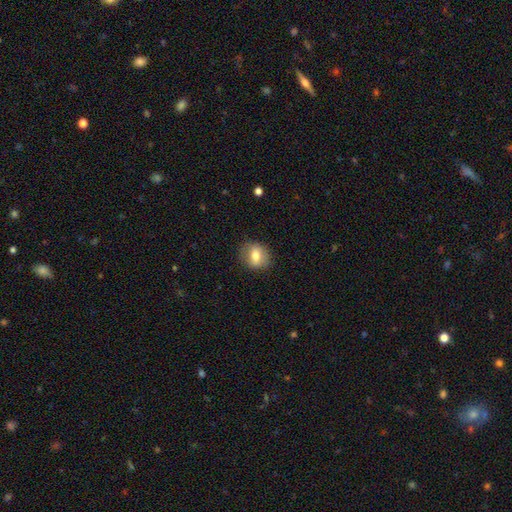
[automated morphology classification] This appears to be a smooth galaxy with no disk features (66%) that is round (61%). Merging: none (83%).